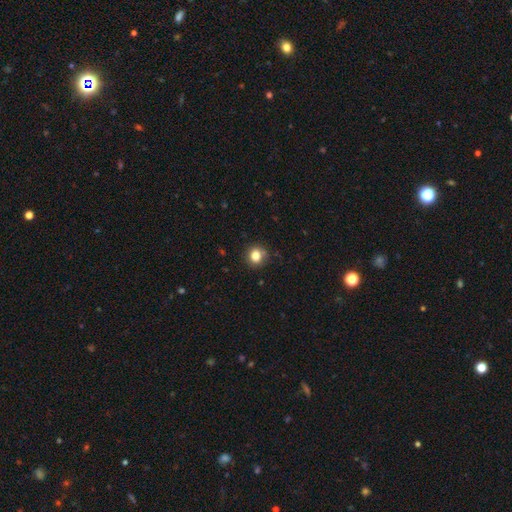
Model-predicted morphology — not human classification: Smooth or featured? Predicted: smooth (p=0.82). How rounded? Predicted: round (p=0.84). Merging? Predicted: none (p=0.85).